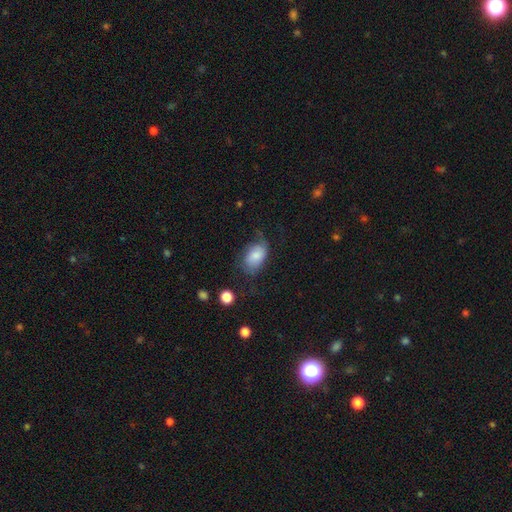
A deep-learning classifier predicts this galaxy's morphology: A smooth galaxy with no disk features (72%) that is in between round and cigar-shaped (89%).

Vote fractions:
- Smooth or featured? smooth: 72% / featured or disk: 20% / star or artifact: 8%
- How rounded? in between: 89% / round: 10% / cigar-shaped: 1%
- Merging? none: 49% / minor disturbance: 30% / major disturbance: 18% / merger: 2%